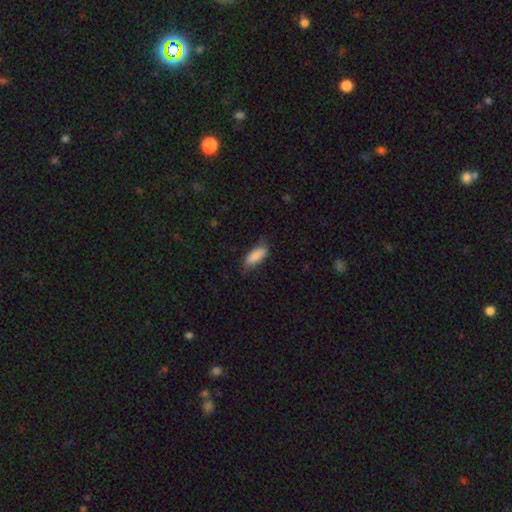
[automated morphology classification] A smooth galaxy with no disk features (85%) that is in between round and cigar-shaped (76%).

Vote fractions:
- Smooth or featured? smooth: 85% / featured or disk: 9% / star or artifact: 6%
- How rounded? in between: 76% / cigar-shaped: 22% / round: 2%
- Merging? none: 65% / minor disturbance: 27% / major disturbance: 7% / merger: 1%